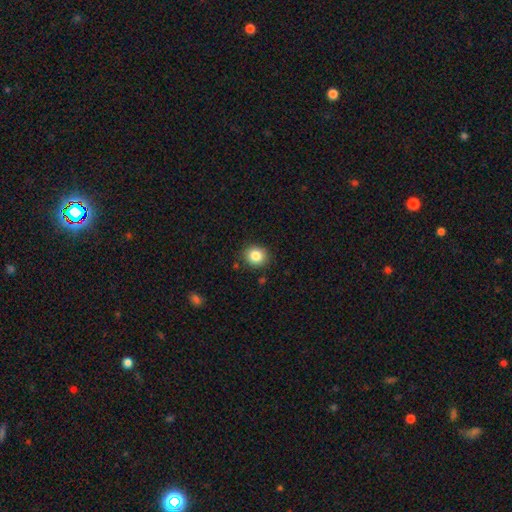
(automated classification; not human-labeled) Smooth or featured?
  - smooth: 84% *
  - star or artifact: 10%
  - featured or disk: 5%
How rounded?
  - round: 82% *
  - in between: 17%
  - cigar-shaped: 1%
Merging?
  - none: 88% *
  - minor disturbance: 9%
  - major disturbance: 2%
  - merger: 2%